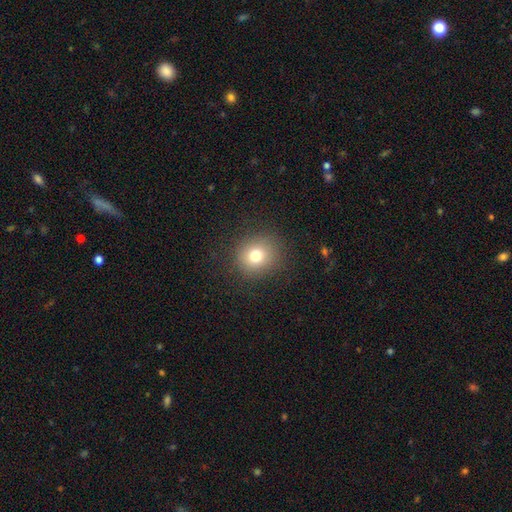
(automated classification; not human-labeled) Smooth or featured?
  - smooth: 76% *
  - star or artifact: 14%
  - featured or disk: 10%
How rounded?
  - round: 83% *
  - in between: 16%
  - cigar-shaped: 1%
Merging?
  - none: 87% *
  - minor disturbance: 8%
  - major disturbance: 4%
  - merger: 1%